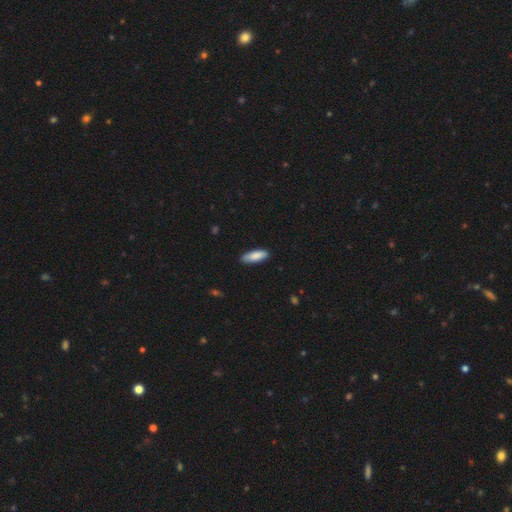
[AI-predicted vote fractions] A smooth galaxy with no disk features (87%) that is in between round and cigar-shaped (59%).

Vote fractions:
- Smooth or featured? smooth: 87% / featured or disk: 8% / star or artifact: 5%
- How rounded? in between: 59% / cigar-shaped: 39% / round: 2%
- Merging? none: 85% / minor disturbance: 12% / major disturbance: 2% / merger: 1%